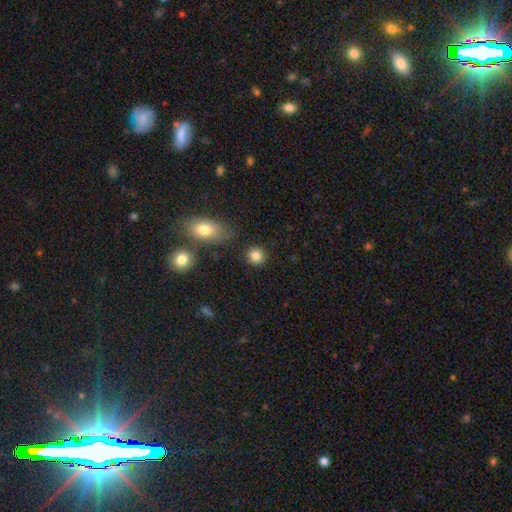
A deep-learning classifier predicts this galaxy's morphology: This appears to be a smooth galaxy with no disk features (85%) that is round (86%). Merging: none (86%).